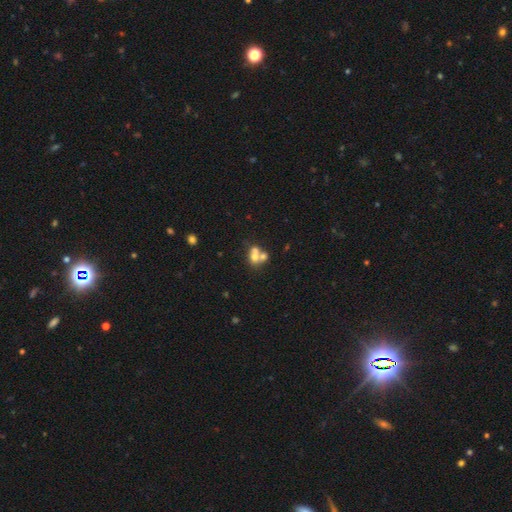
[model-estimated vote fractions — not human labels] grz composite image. It shows a smooth galaxy with no disk features (60%) that is round (54%). Merging: merger (63%).